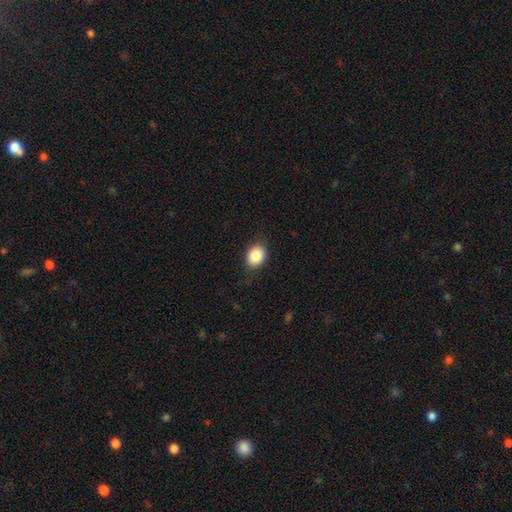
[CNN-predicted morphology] smooth-or-featured: smooth: 86% | star or artifact: 9% | featured or disk: 6%
  how-rounded: round: 53% | in between: 46% | cigar-shaped: 1%
  merging: none: 84% | minor disturbance: 12% | major disturbance: 3% | merger: 1%